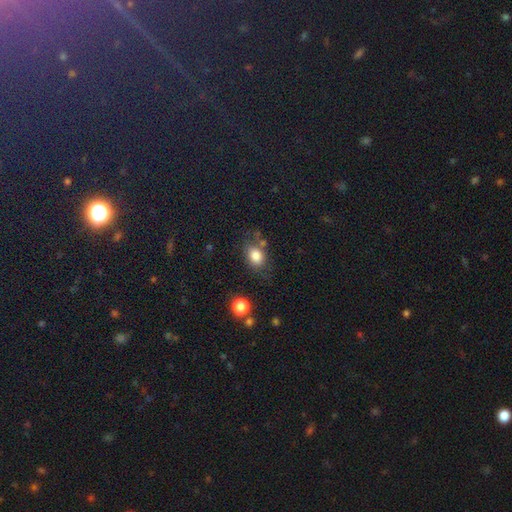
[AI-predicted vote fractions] Smooth or featured: smooth — 82% (star or artifact — 10%)
How rounded: in between — 69% (round — 30%)
Merging: none — 65% (minor disturbance — 20%)